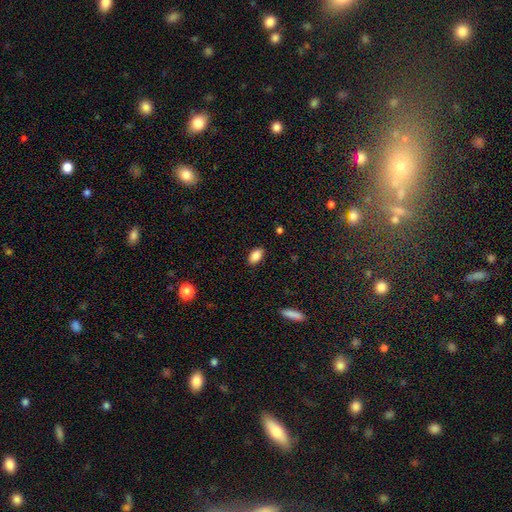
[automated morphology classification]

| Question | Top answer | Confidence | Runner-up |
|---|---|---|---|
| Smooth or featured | smooth | 86% | star or artifact (8%) |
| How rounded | in between | 91% | round (6%) |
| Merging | none | 88% | minor disturbance (9%) |